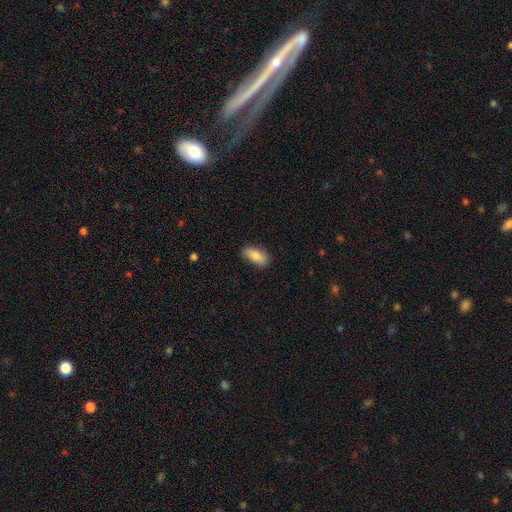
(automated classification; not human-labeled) Morphology: type=smooth (83%); roundness=in between (86%); merging=none (80%).